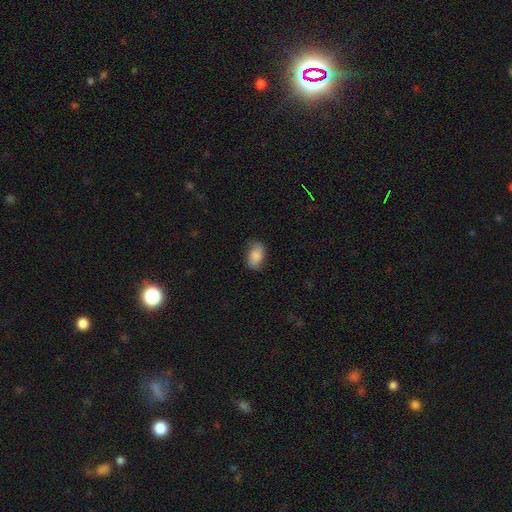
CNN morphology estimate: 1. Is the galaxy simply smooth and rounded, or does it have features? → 84% smooth, 9% featured or disk, 7% star or artifact.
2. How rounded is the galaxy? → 89% in between, 9% round, 2% cigar-shaped.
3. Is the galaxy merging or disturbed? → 76% none, 19% minor disturbance, 5% major disturbance, 1% merger.